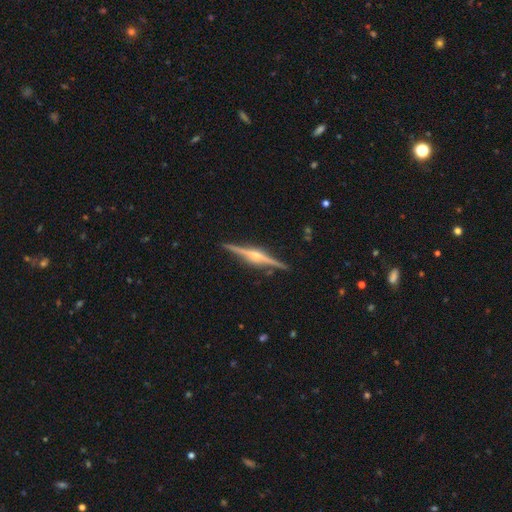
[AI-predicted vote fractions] Smooth or featured?
  - featured or disk: 87% *
  - smooth: 8%
  - star or artifact: 5%
Edge-on disk?
  - yes: 98% *
  - no: 2%
Edge-on bulge?
  - rounded: 90% *
  - boxy: 7%
  - none: 3%
Merging?
  - none: 90% *
  - minor disturbance: 7%
  - major disturbance: 1%
  - merger: 1%